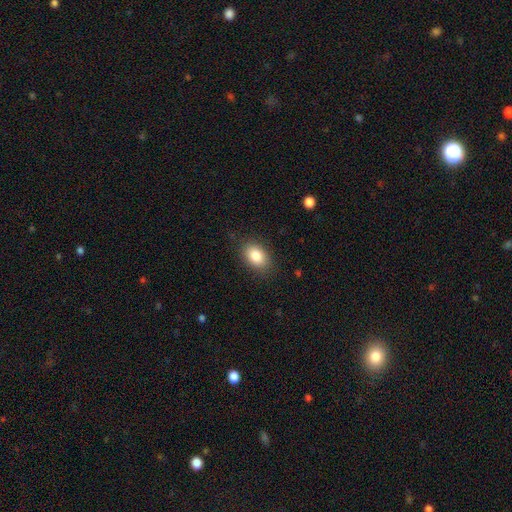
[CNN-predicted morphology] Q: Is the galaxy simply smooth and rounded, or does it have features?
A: smooth — 84%.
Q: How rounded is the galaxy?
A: in between — 85%.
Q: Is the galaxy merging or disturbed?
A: none — 86%.